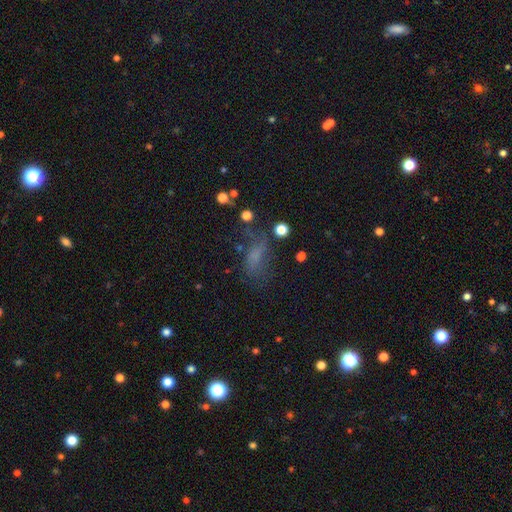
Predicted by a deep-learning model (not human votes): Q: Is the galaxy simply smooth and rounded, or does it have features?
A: smooth — 52%.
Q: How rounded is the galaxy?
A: in between — 77%.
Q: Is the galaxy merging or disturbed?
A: none — 44%.